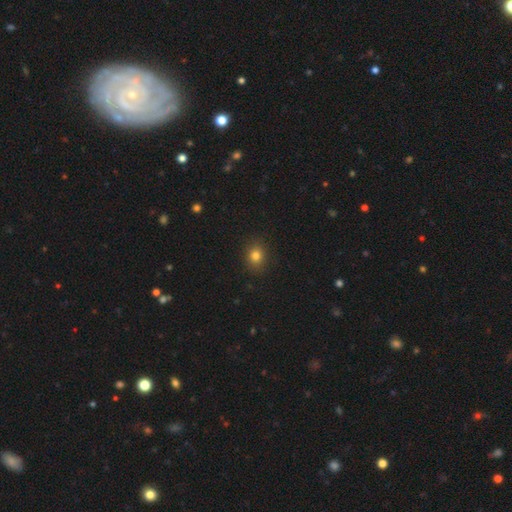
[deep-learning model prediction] A smooth galaxy with no disk features (80%) that is round (66%). Merging: none (89%).